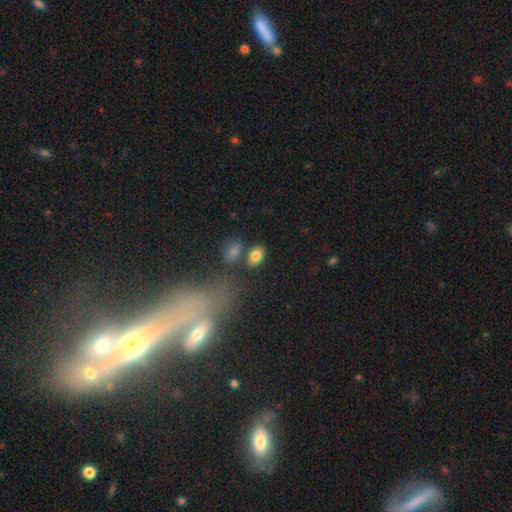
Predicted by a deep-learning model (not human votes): Smooth or featured? smooth (82%)
How rounded? in between (86%)
Merging? none (73%)